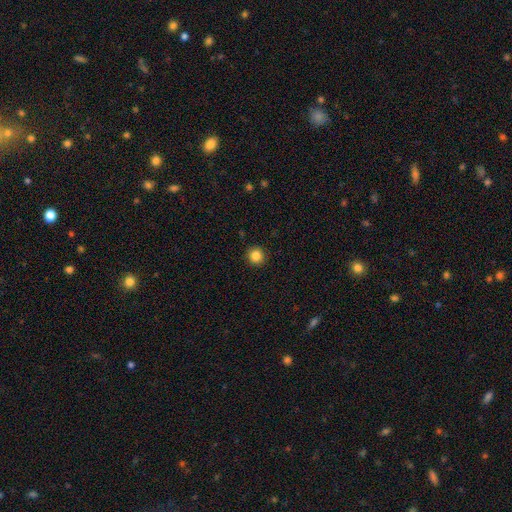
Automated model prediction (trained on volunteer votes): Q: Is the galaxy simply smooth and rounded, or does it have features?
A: smooth — 85%.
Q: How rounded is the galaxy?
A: round — 94%.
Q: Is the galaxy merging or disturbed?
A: none — 92%.